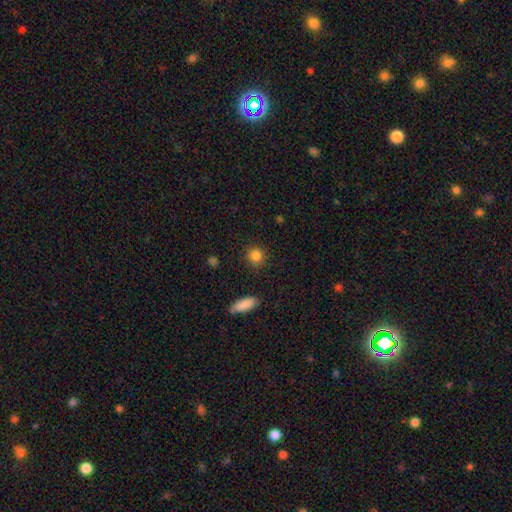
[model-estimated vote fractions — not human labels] smooth_or_featured: smooth (p=0.86) [alt: star or artifact p=0.10]
how_rounded: round (p=0.88) [alt: in between p=0.11]
merging: none (p=0.88) [alt: minor disturbance p=0.08]